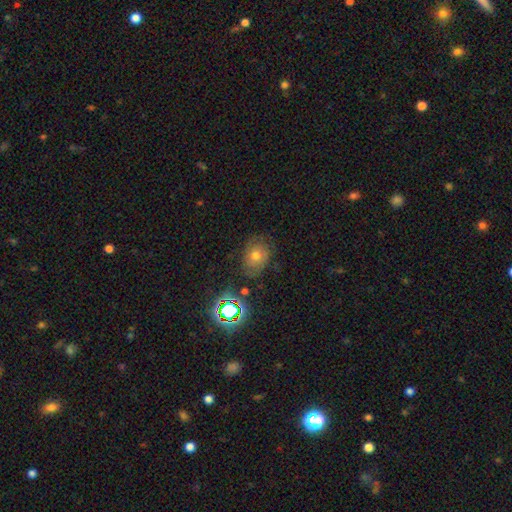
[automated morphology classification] smooth_or_featured: smooth (p=0.53) [alt: featured or disk p=0.25]
how_rounded: in between (p=0.54) [alt: round p=0.45]
merging: none (p=0.68) [alt: minor disturbance p=0.20]